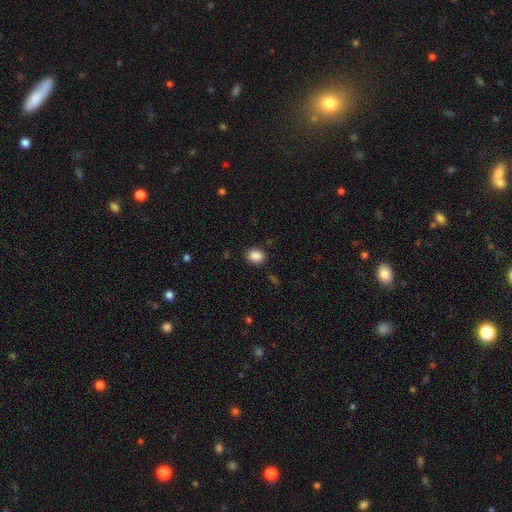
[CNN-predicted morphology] A smooth galaxy with no disk features (88%) that is in between round and cigar-shaped (57%). Merging: none (86%).